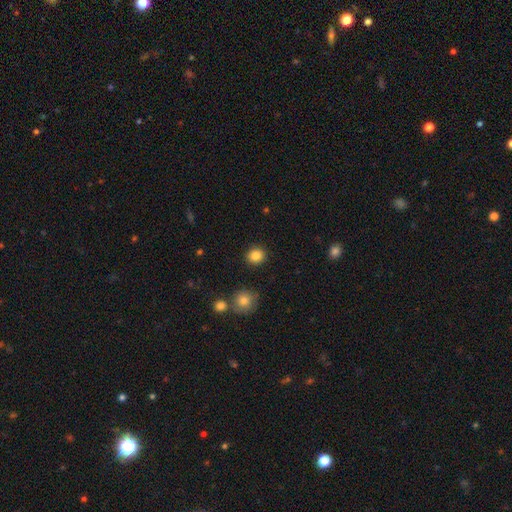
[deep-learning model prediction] A smooth galaxy with no disk features (85%) that is round (85%). Merging: none (90%).